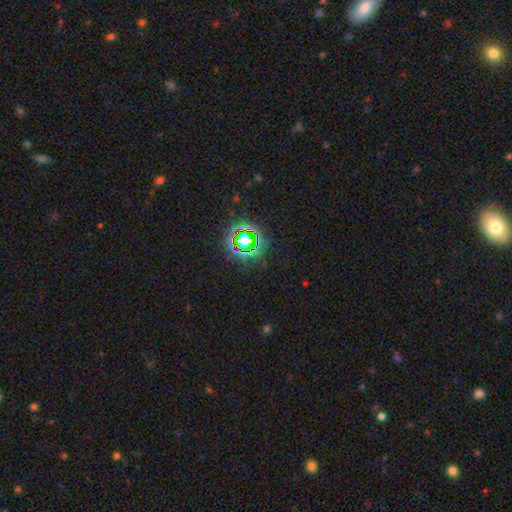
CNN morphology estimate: type=star or artifact (78%).